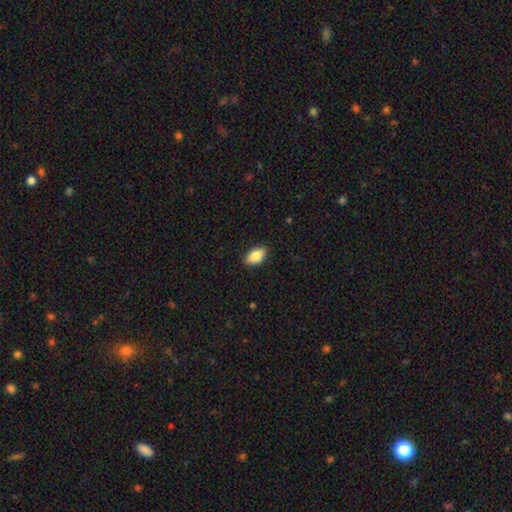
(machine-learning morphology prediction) Smooth or featured? smooth (84%)
How rounded? in between (91%)
Merging? none (87%)